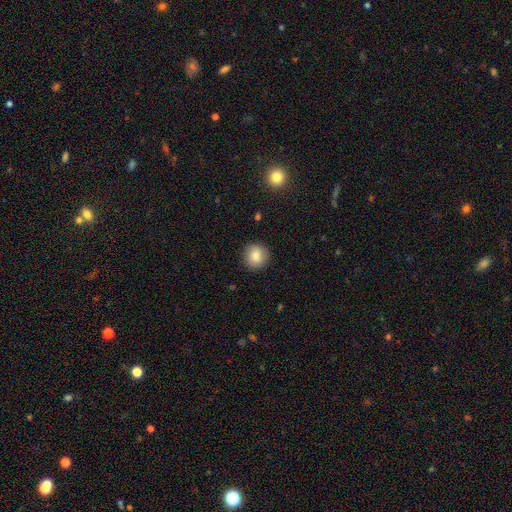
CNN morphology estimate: smooth-or-featured: smooth: 81% | featured or disk: 9% | star or artifact: 9%
  how-rounded: round: 91% | in between: 8% | cigar-shaped: 1%
  merging: none: 89% | minor disturbance: 8% | major disturbance: 2% | merger: 1%